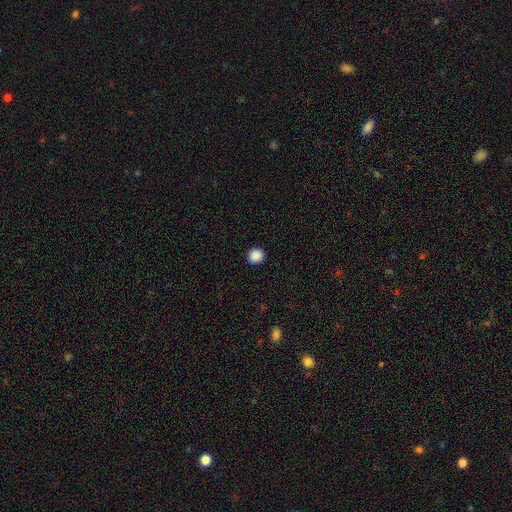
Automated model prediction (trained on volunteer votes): Q: Smooth or featured?
A: smooth (89%); runner-up: star or artifact (9%)
Q: How rounded?
A: round (90%); runner-up: in between (9%)
Q: Merging?
A: none (93%); runner-up: minor disturbance (5%)